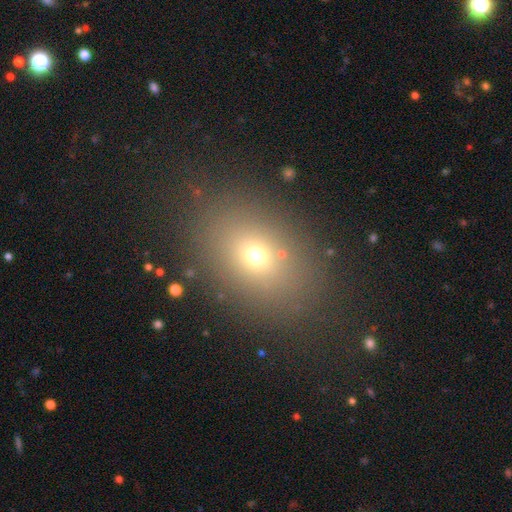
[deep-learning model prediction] This is likely a smooth galaxy (66%). How rounded: likely in between (68%). Merging: clearly none (83%).